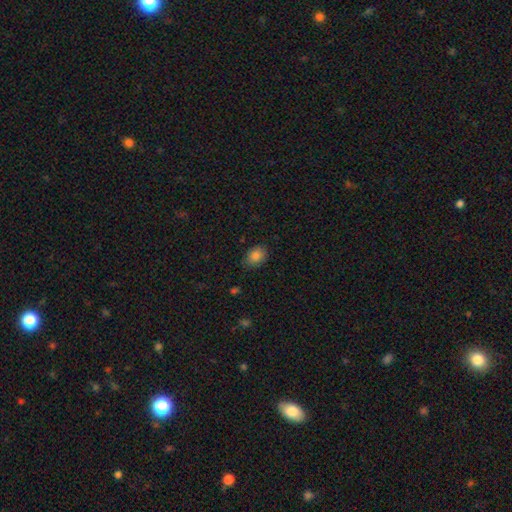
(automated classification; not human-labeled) smooth-or-featured: smooth: 85% | star or artifact: 10% | featured or disk: 5%
  how-rounded: in between: 62% | round: 37% | cigar-shaped: 1%
  merging: none: 79% | minor disturbance: 17% | major disturbance: 3% | merger: 1%